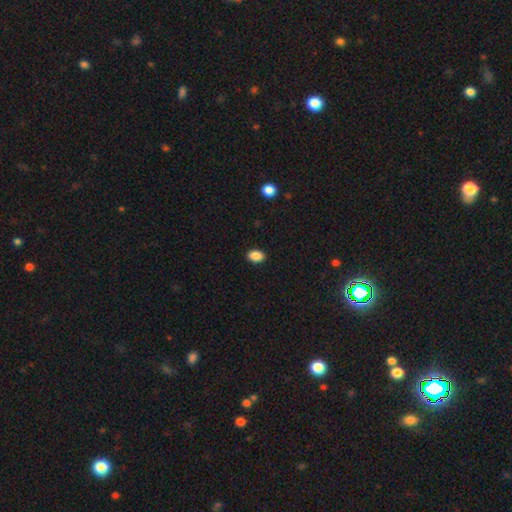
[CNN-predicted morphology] smooth-or-featured: smooth: 88% | star or artifact: 9% | featured or disk: 3%
  how-rounded: in between: 82% | round: 17% | cigar-shaped: 1%
  merging: none: 90% | minor disturbance: 7% | major disturbance: 2% | merger: 1%